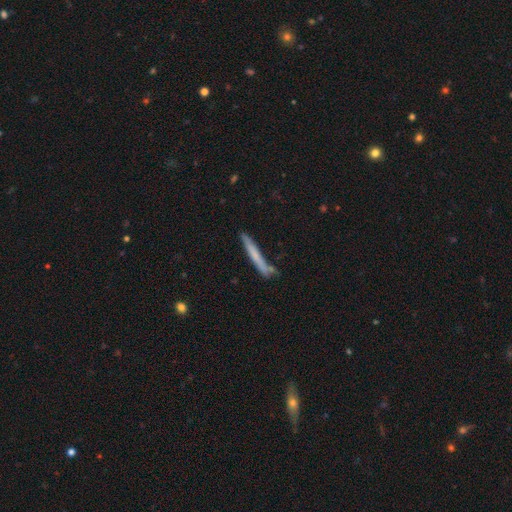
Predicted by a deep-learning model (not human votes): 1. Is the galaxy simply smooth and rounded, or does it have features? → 60% smooth, 33% featured or disk, 6% star or artifact.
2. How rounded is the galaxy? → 96% cigar-shaped, 3% in between, 1% round.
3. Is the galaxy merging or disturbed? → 75% none, 16% minor disturbance, 6% merger, 4% major disturbance.